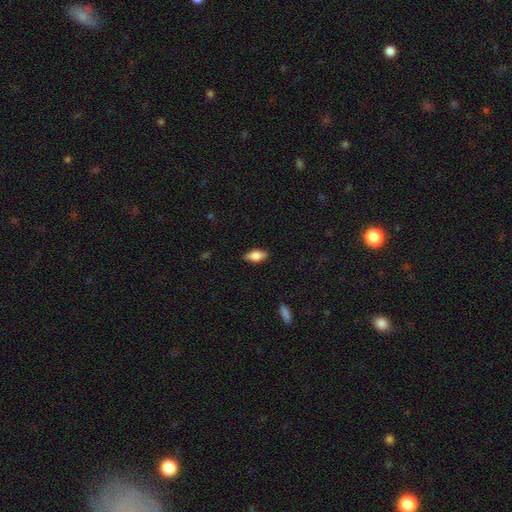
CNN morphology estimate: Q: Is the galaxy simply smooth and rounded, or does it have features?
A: smooth — 76%.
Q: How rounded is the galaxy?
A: in between — 85%.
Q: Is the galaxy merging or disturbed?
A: none — 86%.